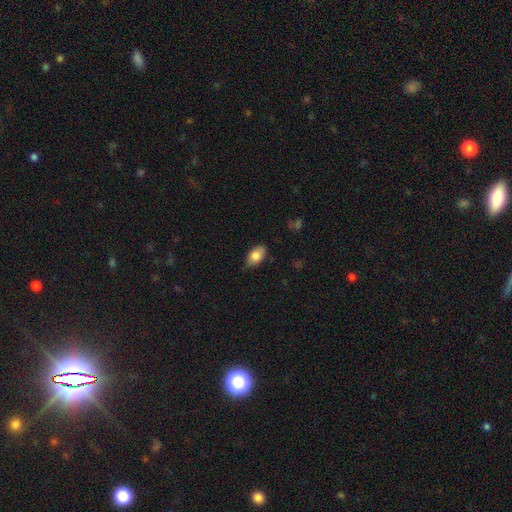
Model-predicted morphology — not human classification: Smooth or featured? smooth (82%)
How rounded? in between (91%)
Merging? none (73%)